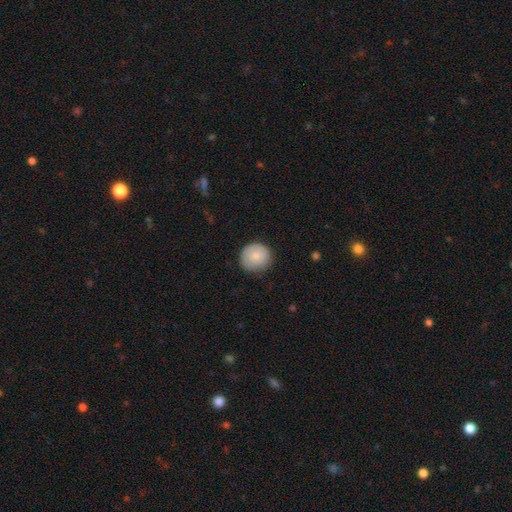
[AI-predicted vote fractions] Smooth or featured? smooth (83%)
How rounded? round (93%)
Merging? none (85%)